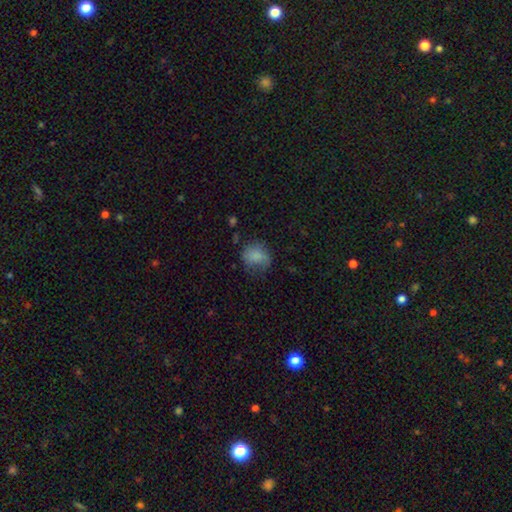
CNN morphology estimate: A smooth galaxy with no disk features (79%) that is round (67%). Merging: none (57%).